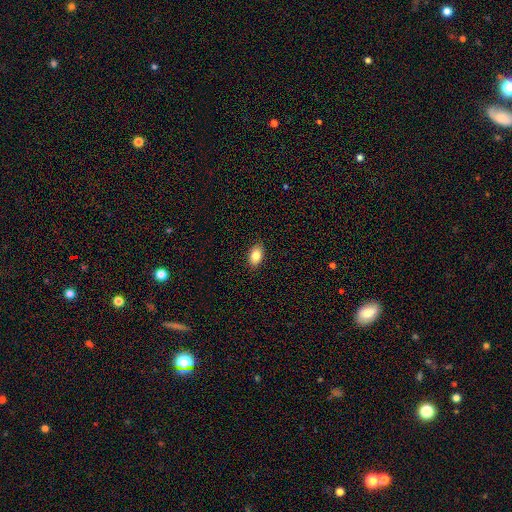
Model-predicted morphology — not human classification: Smooth or featured? smooth (84%)
How rounded? in between (90%)
Merging? none (88%)